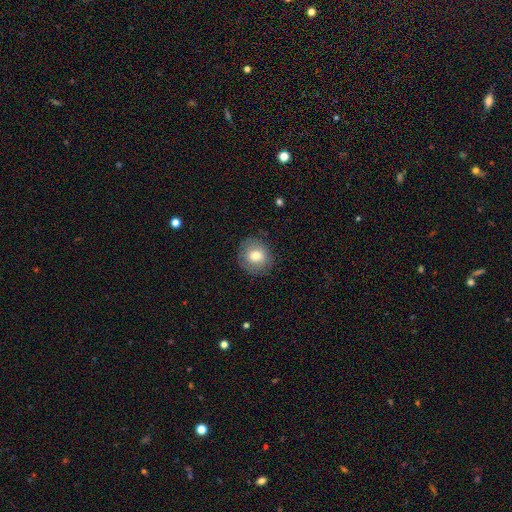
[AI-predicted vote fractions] The model was most divided on "smooth or featured": smooth: 73%, featured or disk: 18%, star or artifact: 9%. More confident: how rounded — round (86%); merging — none (84%).